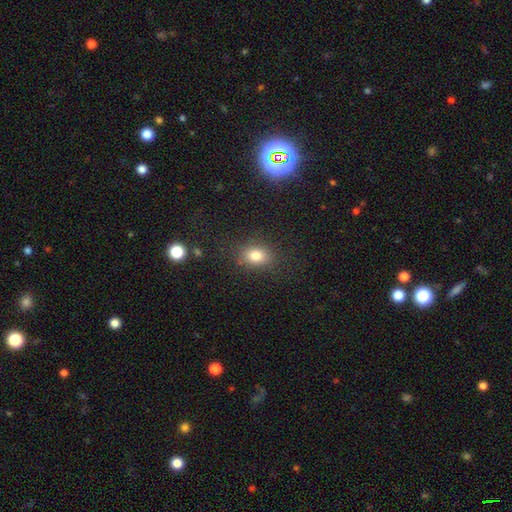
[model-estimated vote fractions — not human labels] Smooth or featured? smooth (80%)
How rounded? in between (61%)
Merging? none (82%)